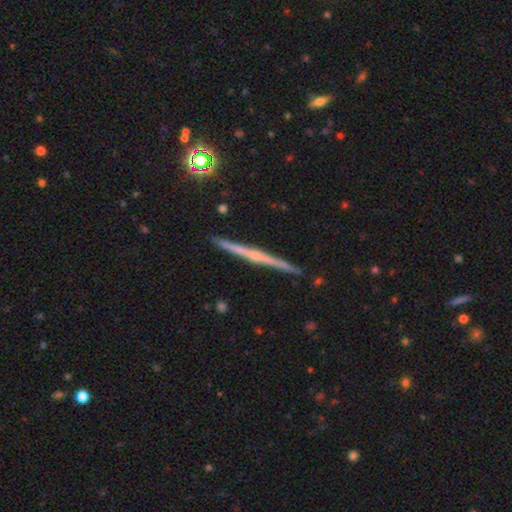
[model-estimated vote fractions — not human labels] Smooth or featured? featured or disk (72%)
Edge-on disk? yes (98%)
Edge-on bulge? none (47%)
Merging? none (91%)